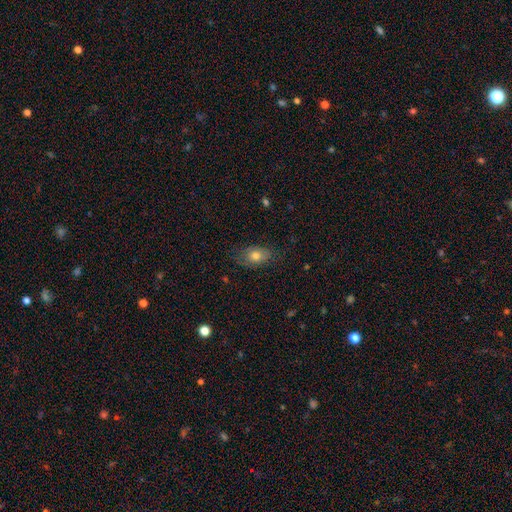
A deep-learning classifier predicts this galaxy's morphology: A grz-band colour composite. It shows a smooth galaxy with no disk features (72%) that is in between round and cigar-shaped (83%). Merging: none (74%).